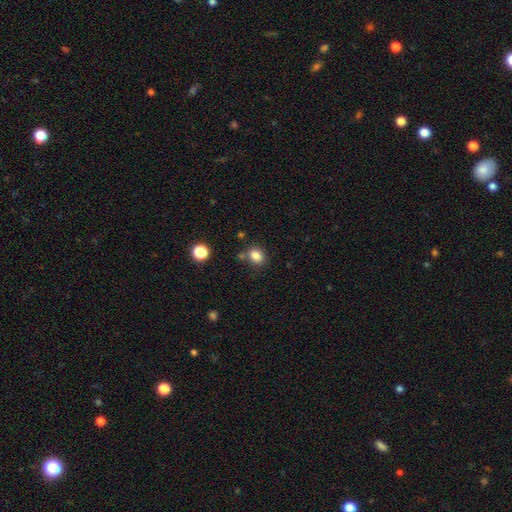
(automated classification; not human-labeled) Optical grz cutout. It shows a smooth galaxy with no disk features (84%) that is in between round and cigar-shaped (56%). Merging: none (71%).